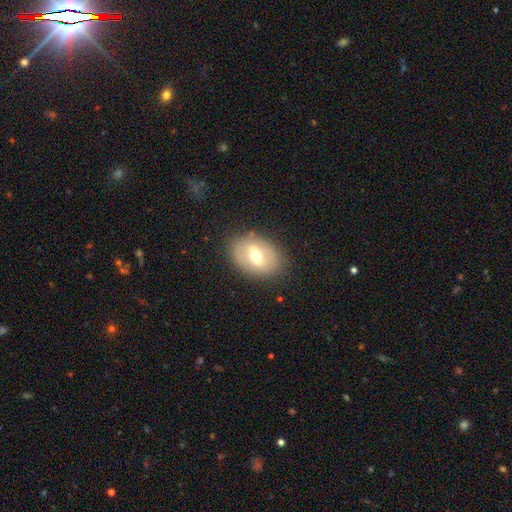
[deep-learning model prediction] This appears to be a smooth galaxy with no disk features (52%) that is in between round and cigar-shaped (78%). Merging: none (82%).